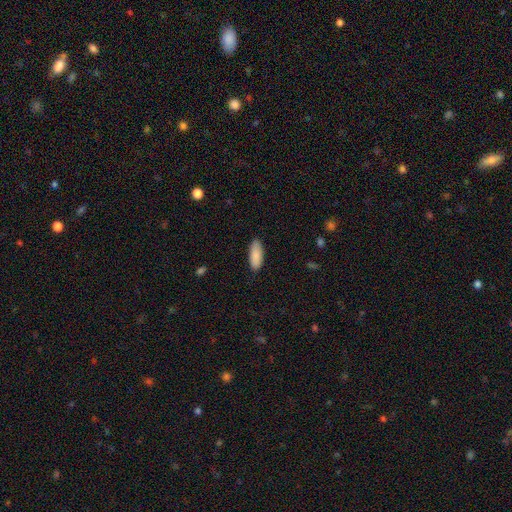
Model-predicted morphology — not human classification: smooth 89%, star or artifact 6%, featured or disk 5%. Down the decision tree: how rounded — in between (74%); merging — none (87%).